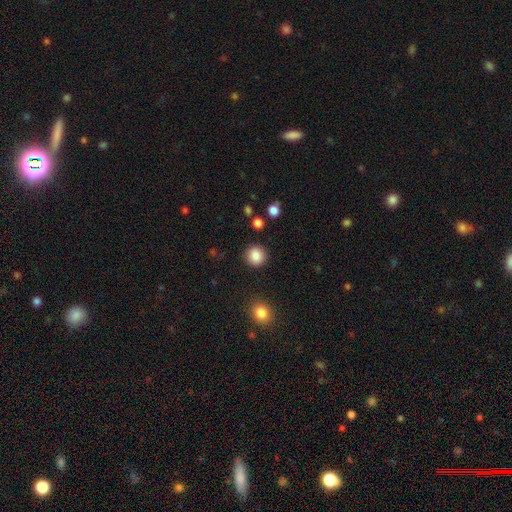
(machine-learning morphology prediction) Smooth or featured? Predicted: smooth (p=0.87). How rounded? Predicted: round (p=0.93). Merging? Predicted: none (p=0.91).